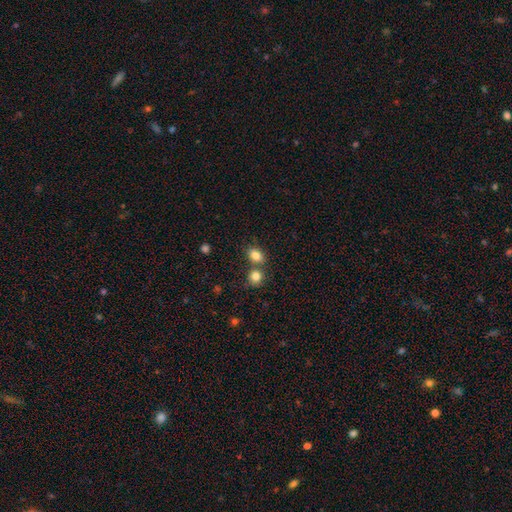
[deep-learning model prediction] Smooth or featured? smooth (83%)
How rounded? in between (63%)
Merging? none (59%)